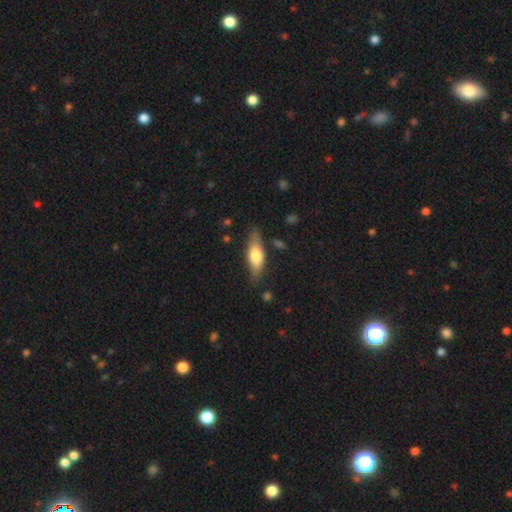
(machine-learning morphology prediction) Smooth or featured? Predicted: smooth (p=0.62). How rounded? Predicted: in between (p=0.56). Merging? Predicted: none (p=0.79).